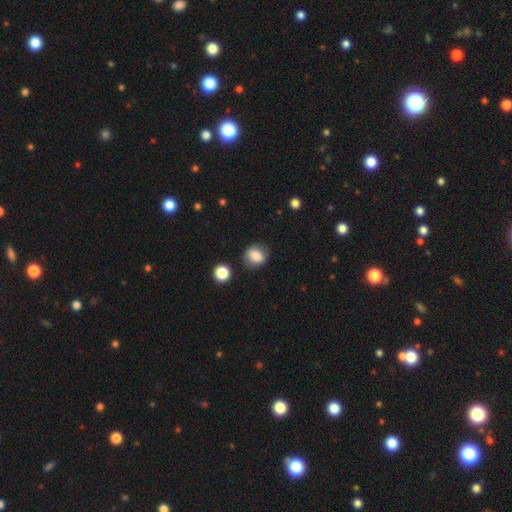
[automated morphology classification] Smooth or featured?
  - smooth: 77% *
  - featured or disk: 14%
  - star or artifact: 9%
How rounded?
  - round: 66% *
  - in between: 33%
  - cigar-shaped: 1%
Merging?
  - none: 80% *
  - minor disturbance: 14%
  - major disturbance: 4%
  - merger: 2%